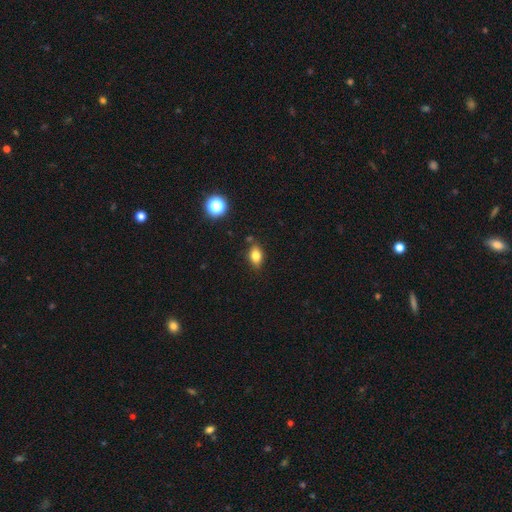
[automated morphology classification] A smooth galaxy with no disk features (80%) that is in between round and cigar-shaped (81%).

Vote fractions:
- Smooth or featured? smooth: 80% / star or artifact: 11% / featured or disk: 9%
- How rounded? in between: 81% / round: 16% / cigar-shaped: 3%
- Merging? none: 80% / minor disturbance: 13% / merger: 4% / major disturbance: 3%